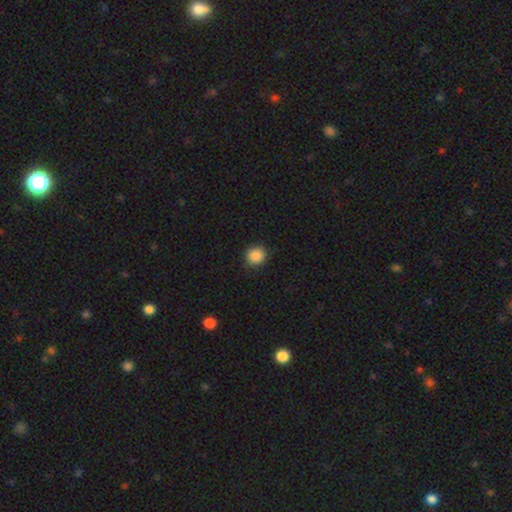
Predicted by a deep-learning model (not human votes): A smooth galaxy with no disk features (88%) that is round (87%). Merging: none (89%).